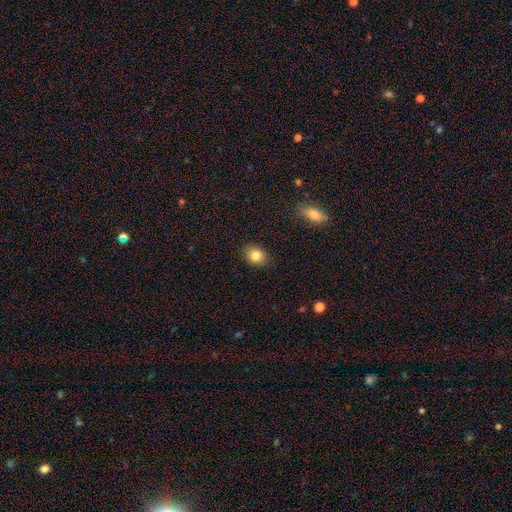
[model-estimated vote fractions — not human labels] Q: Smooth or featured?
A: smooth (82%); runner-up: star or artifact (10%)
Q: How rounded?
A: in between (54%); runner-up: round (44%)
Q: Merging?
A: none (88%); runner-up: minor disturbance (9%)